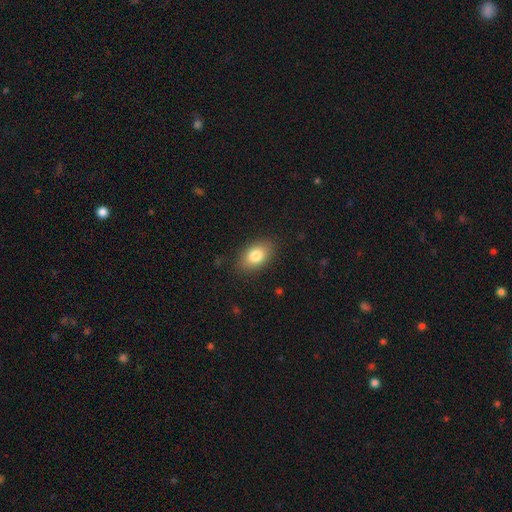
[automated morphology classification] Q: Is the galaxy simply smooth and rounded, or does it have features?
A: smooth — 81%.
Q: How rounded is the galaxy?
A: in between — 88%.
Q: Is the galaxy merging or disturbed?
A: none — 86%.